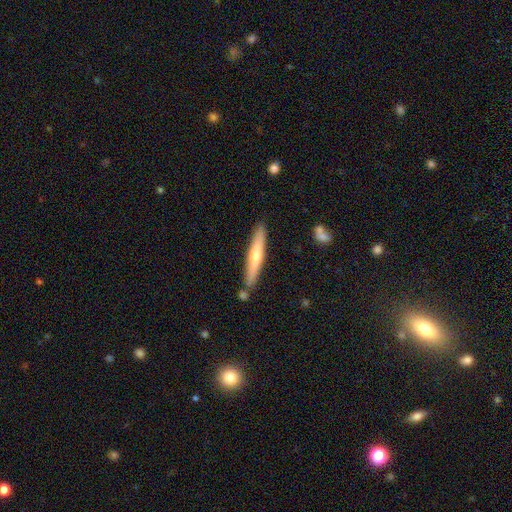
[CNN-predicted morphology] A smooth galaxy with no disk features (48%).

Vote fractions:
- Smooth or featured? smooth: 48% / featured or disk: 47% / star or artifact: 5%
- Merging? none: 83% / minor disturbance: 10% / merger: 5% / major disturbance: 2%